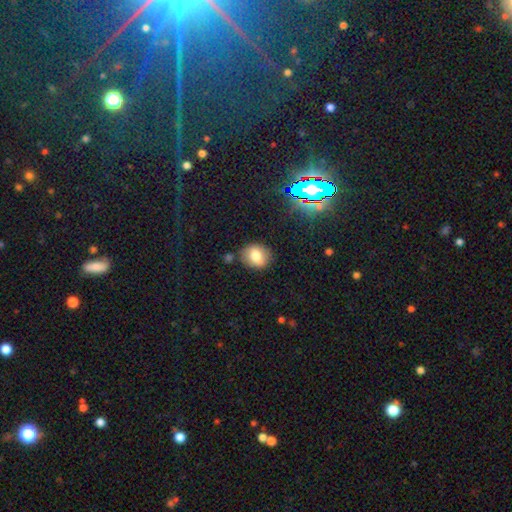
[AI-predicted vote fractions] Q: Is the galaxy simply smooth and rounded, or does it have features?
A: smooth — 74%.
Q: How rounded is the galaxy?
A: round — 64%.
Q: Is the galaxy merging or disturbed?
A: none — 80%.